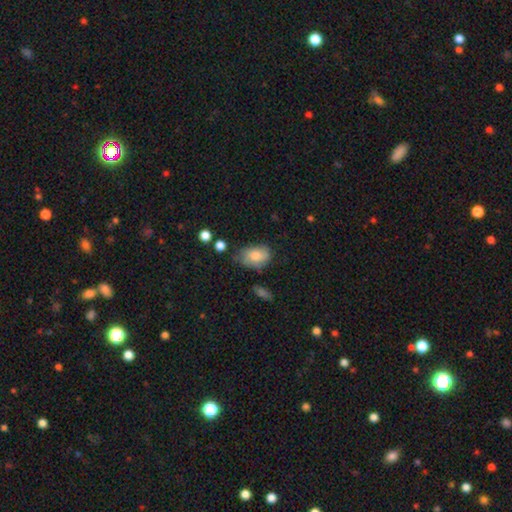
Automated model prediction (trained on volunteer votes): Smooth or featured? smooth (80%)
How rounded? in between (84%)
Merging? none (60%)